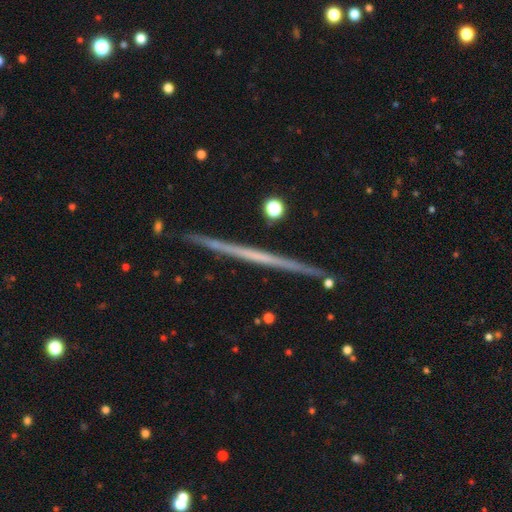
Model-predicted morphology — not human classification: Smooth or featured: featured or disk — 68% (smooth — 26%)
Edge-on disk: yes — 98% (no — 2%)
Edge-on bulge: none — 91% (rounded — 6%)
Merging: none — 91% (minor disturbance — 6%)